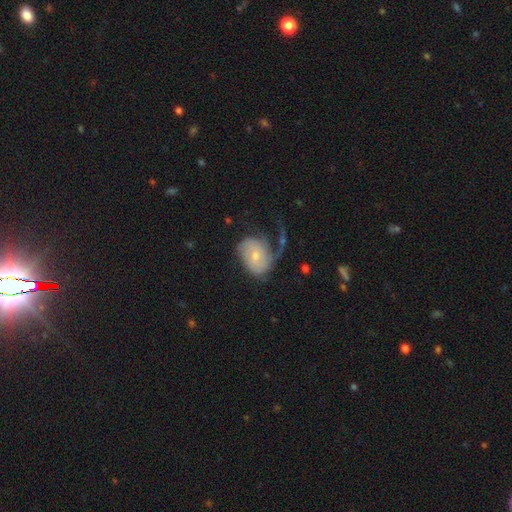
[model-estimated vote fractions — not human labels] A featured or disk galaxy (59%) with no bar (71%), spiral arms (80%) and a small central bulge (61%). Merging: major disturbance (40%).